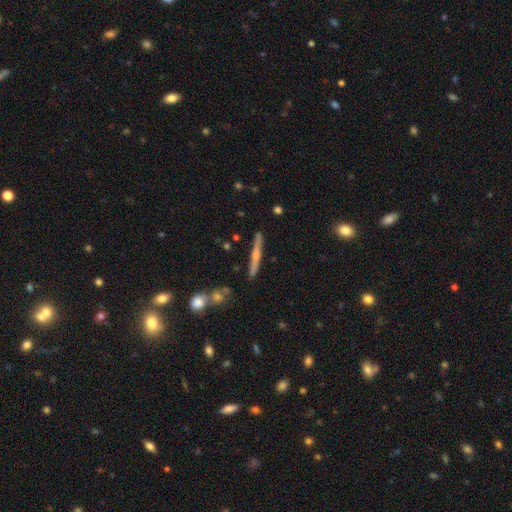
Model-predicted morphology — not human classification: A featured or disk galaxy (63%) viewed edge-on (97%) with a rounded central bulge (78%).

Vote fractions:
- Smooth or featured? featured or disk: 63% / smooth: 30% / star or artifact: 7%
- Edge-on disk? yes: 97% / no: 3%
- Edge-on bulge? rounded: 78% / none: 17% / boxy: 5%
- Merging? none: 87% / minor disturbance: 8% / merger: 3% / major disturbance: 2%